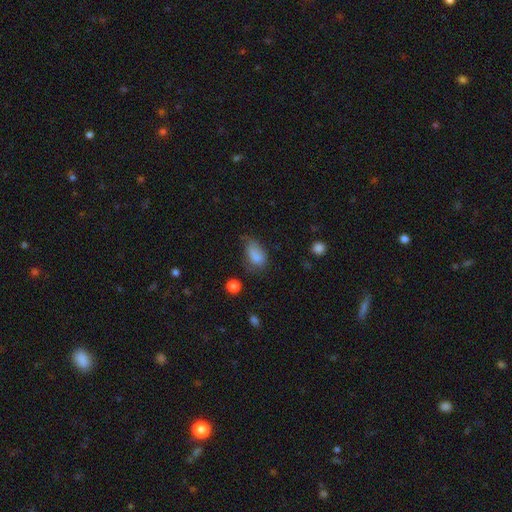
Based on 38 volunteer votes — smooth_or_featured: smooth (p=0.84) [alt: featured or disk p=0.08]
how_rounded: in between (p=0.97) [alt: cigar-shaped p=0.03]
merging: none (p=0.51) [alt: minor disturbance p=0.31]